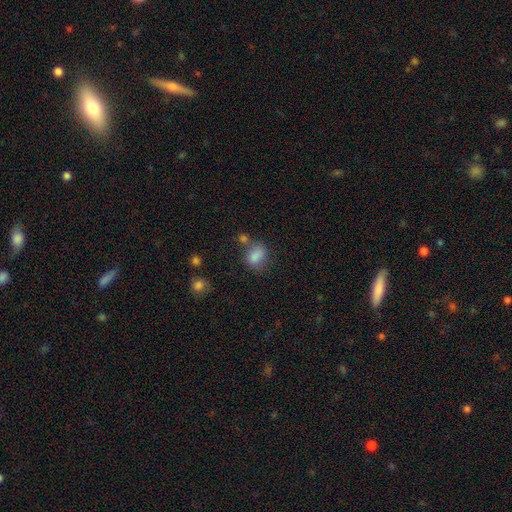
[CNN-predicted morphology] A smooth galaxy with no disk features (81%) that is in between round and cigar-shaped (67%).

Vote fractions:
- Smooth or featured? smooth: 81% / star or artifact: 12% / featured or disk: 7%
- How rounded? in between: 67% / round: 32% / cigar-shaped: 2%
- Merging? none: 50% / minor disturbance: 23% / merger: 17% / major disturbance: 11%